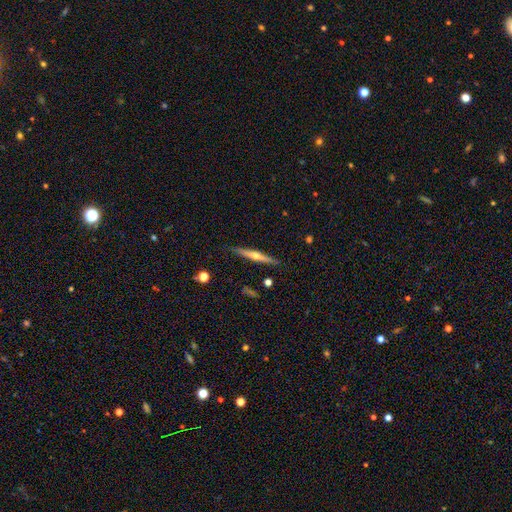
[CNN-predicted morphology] Smooth or featured? featured or disk (66%)
Edge-on disk? yes (97%)
Edge-on bulge? rounded (83%)
Merging? none (89%)